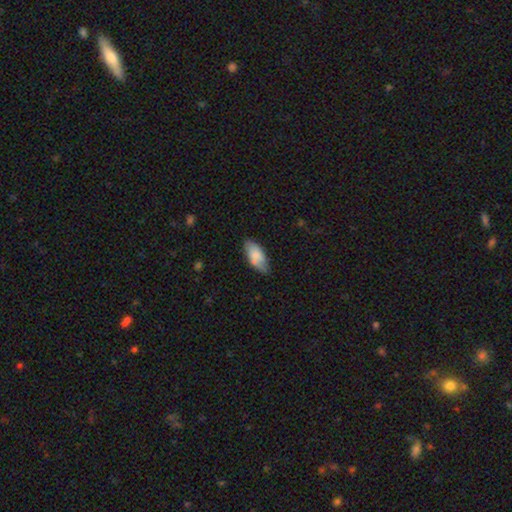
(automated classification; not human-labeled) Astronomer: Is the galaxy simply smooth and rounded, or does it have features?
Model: smooth — 74%.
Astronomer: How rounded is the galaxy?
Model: in between — 88%.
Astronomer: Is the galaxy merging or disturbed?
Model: none — 66%.